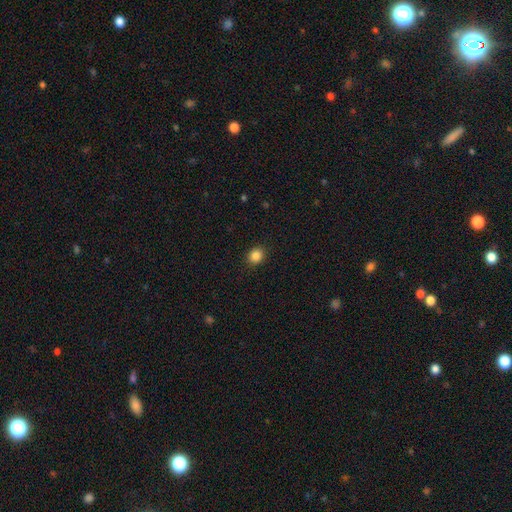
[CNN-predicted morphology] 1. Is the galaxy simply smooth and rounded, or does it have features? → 86% smooth, 11% star or artifact, 4% featured or disk.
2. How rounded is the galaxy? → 72% round, 27% in between, 1% cigar-shaped.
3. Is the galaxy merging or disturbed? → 91% none, 6% minor disturbance, 2% major disturbance, 1% merger.